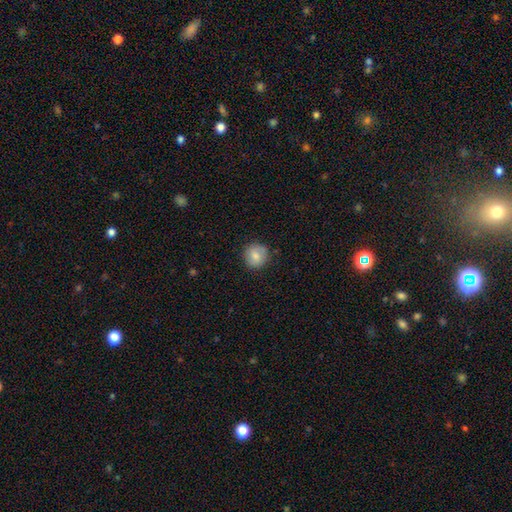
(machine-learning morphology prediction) A smooth galaxy with no disk features (82%) that is round (91%). Merging: none (84%).